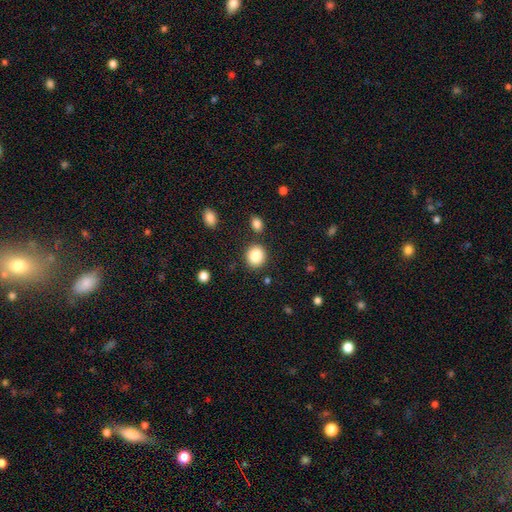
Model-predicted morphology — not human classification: Overall: smooth (86%). How rounded: round (83%). Merging: none (85%).